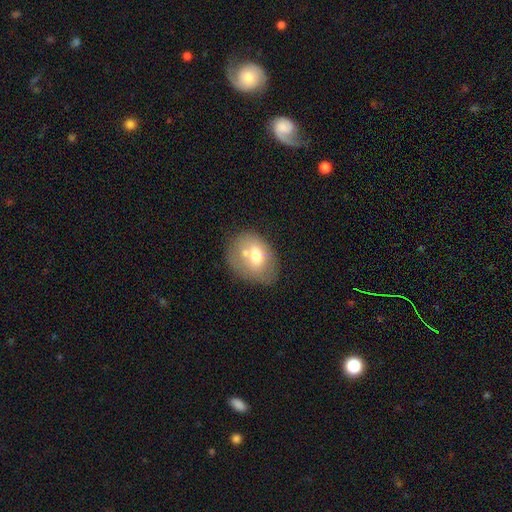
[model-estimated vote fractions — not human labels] smooth 63%, featured or disk 28%, star or artifact 9%. Down the decision tree: how rounded — in between (61%); merging — none (52%).